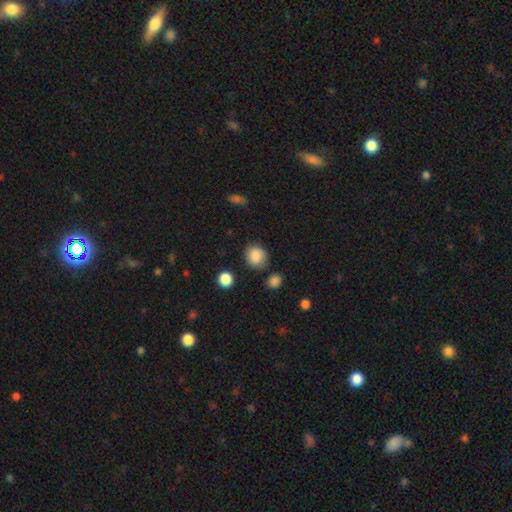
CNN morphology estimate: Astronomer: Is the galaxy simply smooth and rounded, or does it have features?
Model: smooth — 87%.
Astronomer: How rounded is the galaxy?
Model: round — 74%.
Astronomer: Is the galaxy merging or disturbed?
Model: none — 80%.